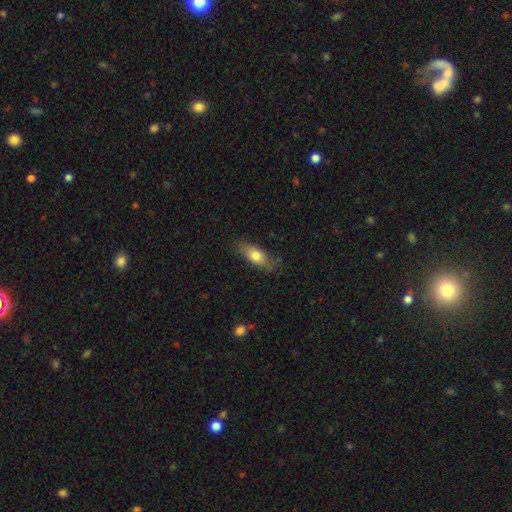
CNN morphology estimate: A smooth galaxy with no disk features (72%) that is in between round and cigar-shaped (72%).

Vote fractions:
- Smooth or featured? smooth: 72% / featured or disk: 21% / star or artifact: 7%
- How rounded? in between: 72% / cigar-shaped: 24% / round: 4%
- Merging? none: 78% / minor disturbance: 17% / major disturbance: 4% / merger: 1%